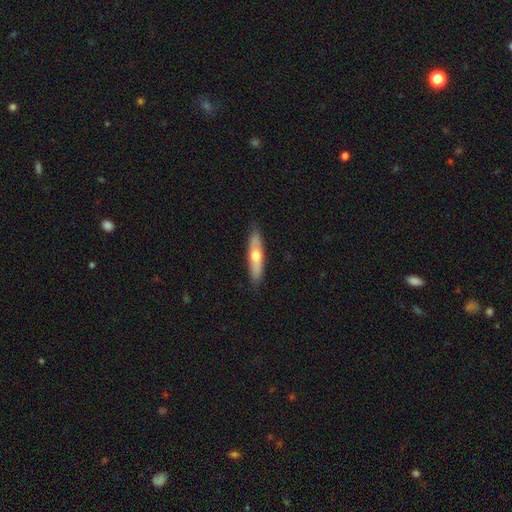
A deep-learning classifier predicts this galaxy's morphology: type=smooth (54%); roundness=cigar-shaped (70%); merging=none (84%).